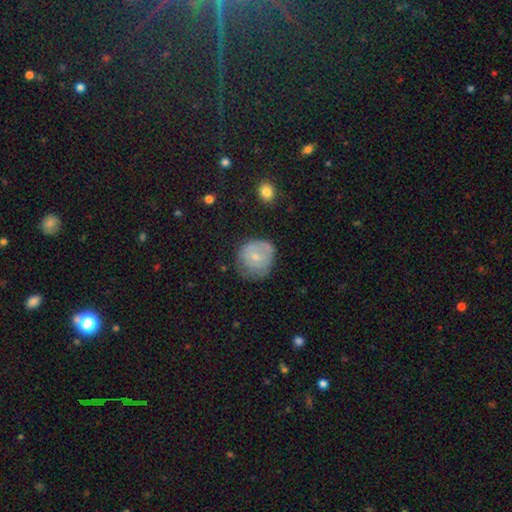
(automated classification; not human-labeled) Smooth or featured? smooth (61%)
How rounded? round (83%)
Merging? none (54%)